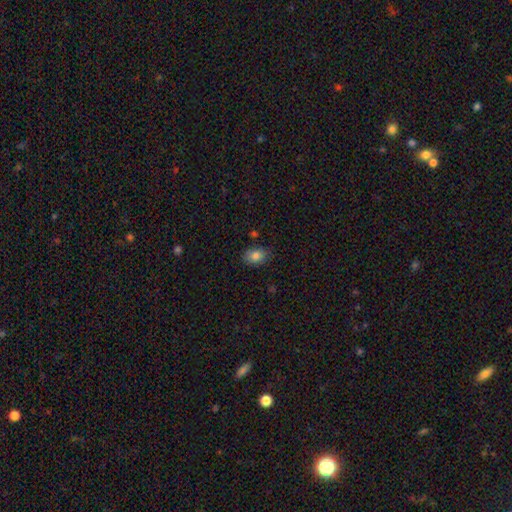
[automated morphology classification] type=smooth (83%); roundness=in between (80%); merging=none (81%).